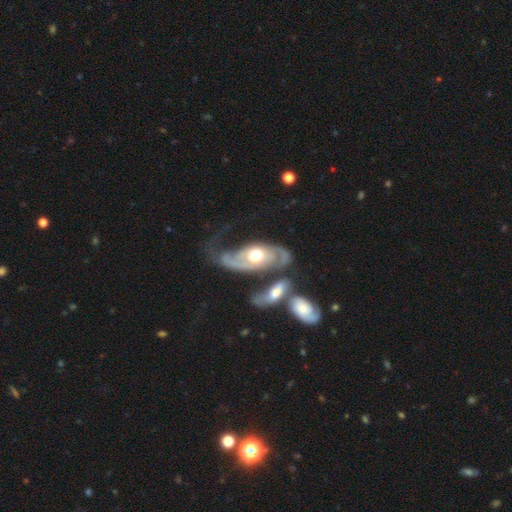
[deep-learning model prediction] Smooth or featured?
  - featured or disk: 80% *
  - smooth: 16%
  - star or artifact: 4%
Edge-on disk?
  - no: 91% *
  - yes: 9%
Bar?
  - no: 72% *
  - weak: 21%
  - strong: 7%
Spiral arms?
  - yes: 87% *
  - no: 13%
Spiral winding?
  - loose: 37% *
  - medium: 36%
  - tight: 27%
Spiral arm count?
  - 2: 71% *
  - 1: 12%
  - can't tell: 11%
  - 3: 2%
  - 4: 1%
  - more than 4: 1%
Bulge size?
  - moderate: 70% *
  - large: 21%
  - small: 6%
  - dominant: 2%
  - none: 1%
Merging?
  - none: 33% *
  - major disturbance: 25%
  - merger: 23%
  - minor disturbance: 19%